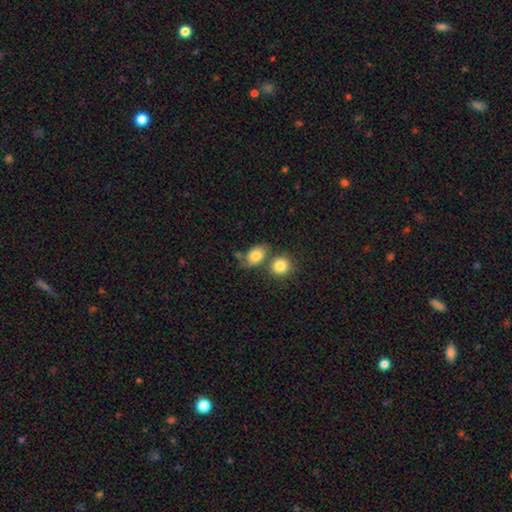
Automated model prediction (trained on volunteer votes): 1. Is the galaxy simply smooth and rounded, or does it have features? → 78% smooth, 14% featured or disk, 8% star or artifact.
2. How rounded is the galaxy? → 74% in between, 25% round, 2% cigar-shaped.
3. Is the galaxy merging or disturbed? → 47% none, 30% merger, 16% minor disturbance, 7% major disturbance.